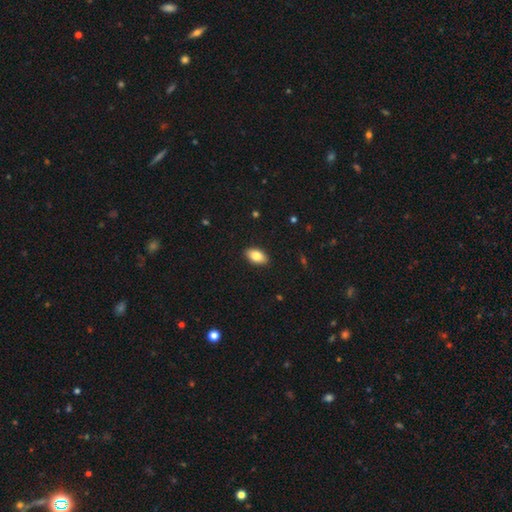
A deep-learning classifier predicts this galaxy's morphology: This is clearly a smooth galaxy (82%). How rounded: clearly in between (92%). Merging: clearly none (90%).